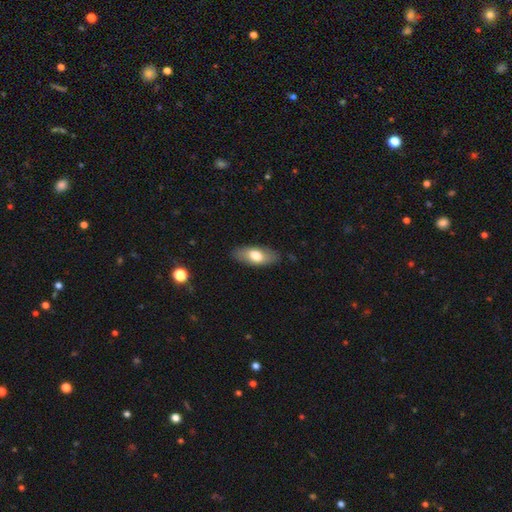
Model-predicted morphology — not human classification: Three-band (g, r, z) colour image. It shows a smooth galaxy with no disk features (69%) that is in between round and cigar-shaped (82%). Merging: none (84%).